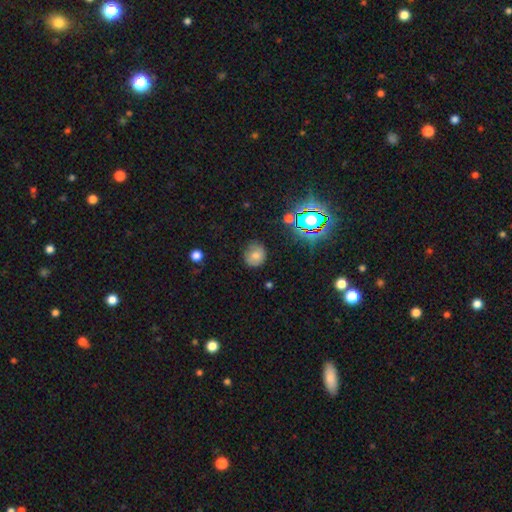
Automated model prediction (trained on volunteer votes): Overall: smooth (70%). How rounded: round (82%). Merging: none (73%).